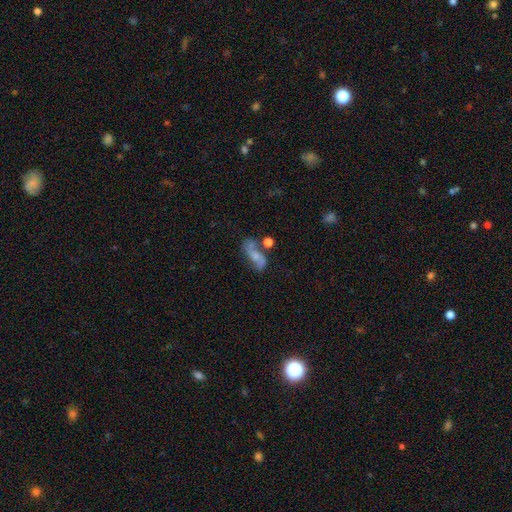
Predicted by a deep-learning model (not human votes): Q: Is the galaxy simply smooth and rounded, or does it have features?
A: featured or disk — 64%.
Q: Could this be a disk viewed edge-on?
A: no — 94%.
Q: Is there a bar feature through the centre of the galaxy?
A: no — 57%.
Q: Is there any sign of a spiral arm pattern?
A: yes — 87%.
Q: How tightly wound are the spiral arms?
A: loose — 68%.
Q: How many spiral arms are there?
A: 2 — 89%.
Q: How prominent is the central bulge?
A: small — 41%.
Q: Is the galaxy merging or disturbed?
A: none — 48%.